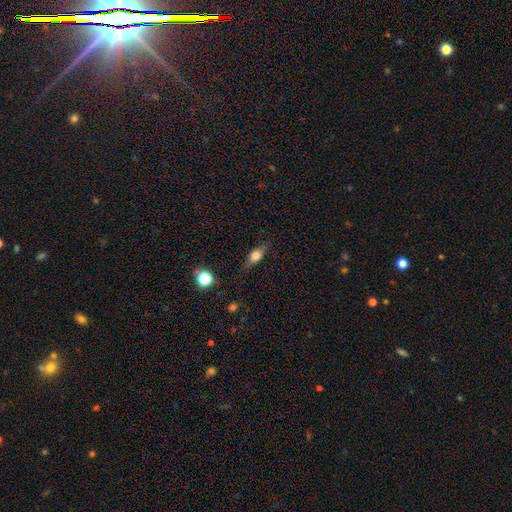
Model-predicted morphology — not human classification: A smooth galaxy with no disk features (63%) that is in between round and cigar-shaped (66%).

Vote fractions:
- Smooth or featured? smooth: 63% / featured or disk: 28% / star or artifact: 9%
- How rounded? in between: 66% / cigar-shaped: 23% / round: 11%
- Merging? none: 78% / minor disturbance: 16% / major disturbance: 4% / merger: 2%